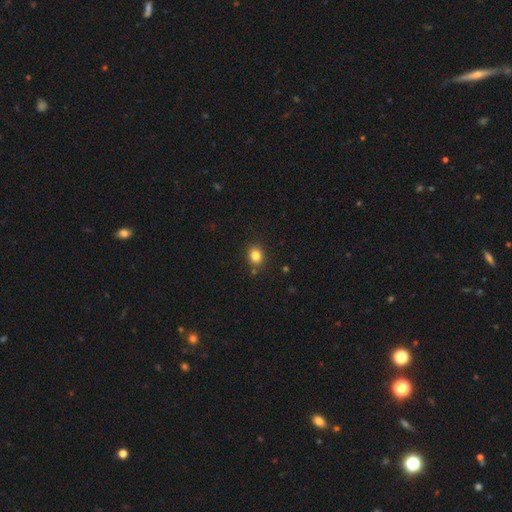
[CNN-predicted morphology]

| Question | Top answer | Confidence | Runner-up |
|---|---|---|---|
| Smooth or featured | smooth | 82% | star or artifact (12%) |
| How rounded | round | 74% | in between (25%) |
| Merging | none | 86% | minor disturbance (8%) |